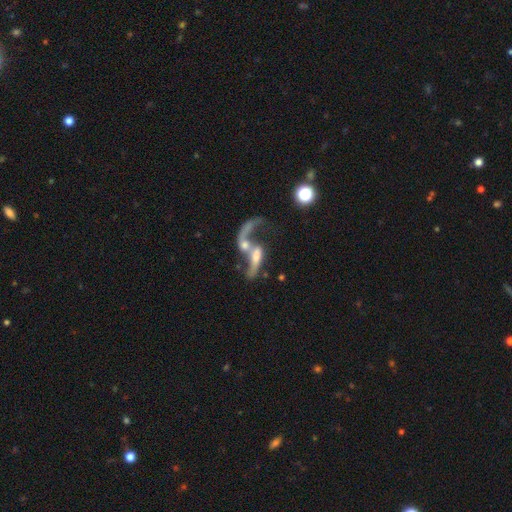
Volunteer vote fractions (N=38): Smooth or featured? 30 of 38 (79%) said featured or disk. Edge-on disk? 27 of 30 (90%) said no. Bar? 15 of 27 (56%) said no. Spiral arms? 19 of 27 (70%) said yes. Spiral winding? 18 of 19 (95%) said loose. Spiral arm count? 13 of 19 (68%) said 2. Bulge size? 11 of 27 (41%) said none. Merging? 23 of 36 (64%) said merger.